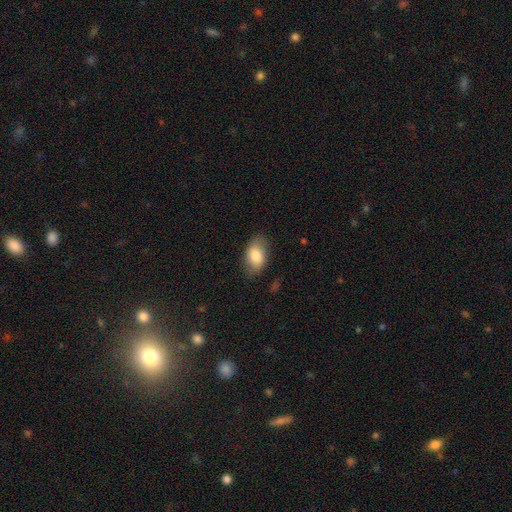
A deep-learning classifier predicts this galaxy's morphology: smooth 81%, featured or disk 12%, star or artifact 7%. Down the decision tree: how rounded — in between (91%); merging — none (80%).